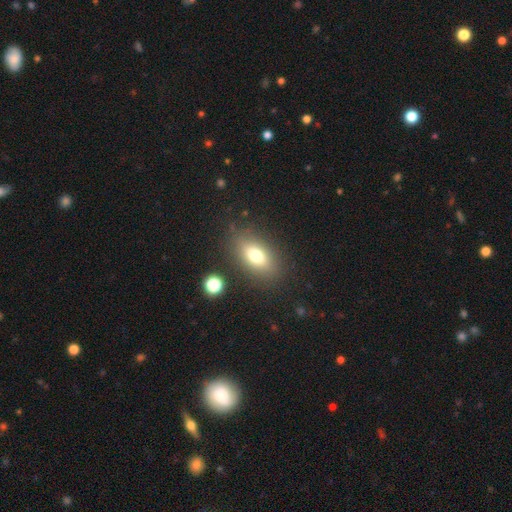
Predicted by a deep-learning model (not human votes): Smooth or featured: smooth — 73% (featured or disk — 15%)
How rounded: in between — 83% (round — 12%)
Merging: none — 83% (minor disturbance — 11%)